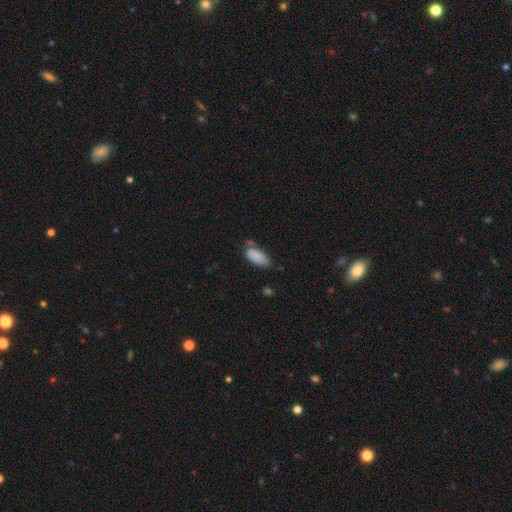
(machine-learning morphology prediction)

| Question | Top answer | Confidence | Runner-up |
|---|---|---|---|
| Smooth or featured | smooth | 84% | featured or disk (9%) |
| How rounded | in between | 90% | cigar-shaped (8%) |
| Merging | none | 50% | minor disturbance (33%) |